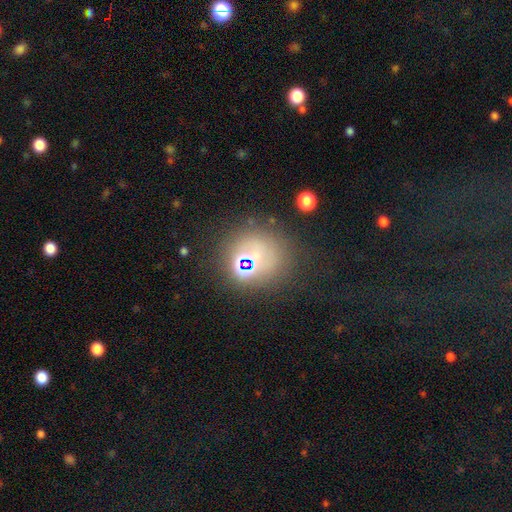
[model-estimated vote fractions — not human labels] Smooth or featured: star or artifact — 45% (smooth — 40%)